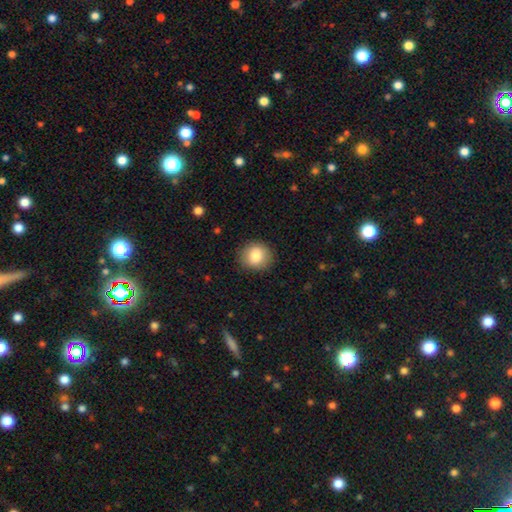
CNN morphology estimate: Smooth or featured? Predicted: smooth (p=0.84). How rounded? Predicted: round (p=0.81). Merging? Predicted: none (p=0.88).